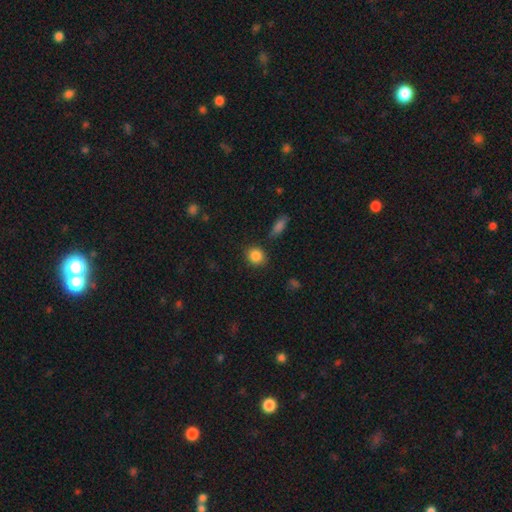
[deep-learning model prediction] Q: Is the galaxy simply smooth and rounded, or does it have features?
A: smooth — 87%.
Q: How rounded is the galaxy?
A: round — 78%.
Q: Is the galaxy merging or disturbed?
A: none — 85%.